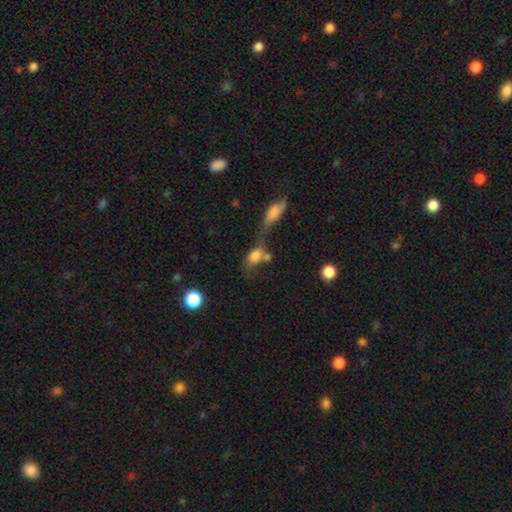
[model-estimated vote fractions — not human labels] A smooth galaxy with no disk features (71%) that is in between round and cigar-shaped (79%).

Vote fractions:
- Smooth or featured? smooth: 71% / featured or disk: 17% / star or artifact: 12%
- How rounded? in between: 79% / round: 15% / cigar-shaped: 5%
- Merging? merger: 51% / none: 24% / major disturbance: 13% / minor disturbance: 13%